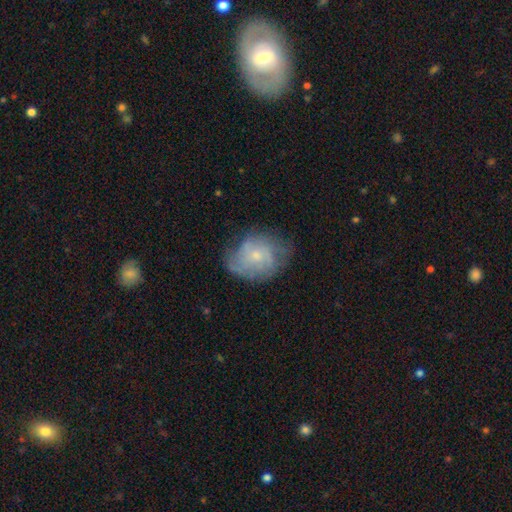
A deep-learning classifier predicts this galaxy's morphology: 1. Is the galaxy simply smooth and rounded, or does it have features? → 55% featured or disk, 36% smooth, 8% star or artifact.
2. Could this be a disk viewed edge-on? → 97% no, 3% yes.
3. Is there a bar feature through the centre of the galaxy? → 78% no, 19% weak, 2% strong.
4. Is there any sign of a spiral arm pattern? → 72% yes, 28% no.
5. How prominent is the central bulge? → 68% small, 25% moderate, 4% none, 1% large, 1% dominant.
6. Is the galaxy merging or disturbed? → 56% none, 29% minor disturbance, 14% major disturbance, 2% merger.